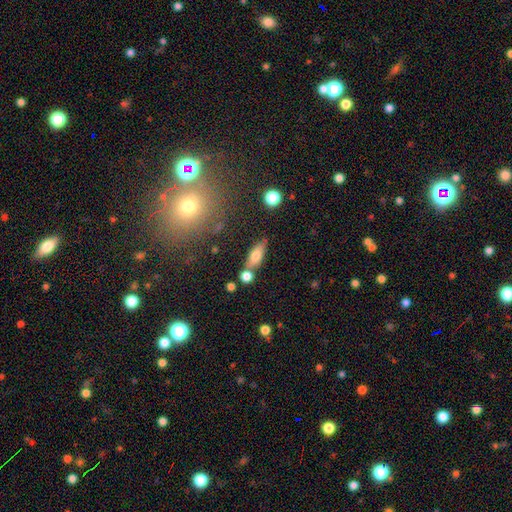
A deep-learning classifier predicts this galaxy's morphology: type=smooth (67%); roundness=in between (59%); merging=none (66%).